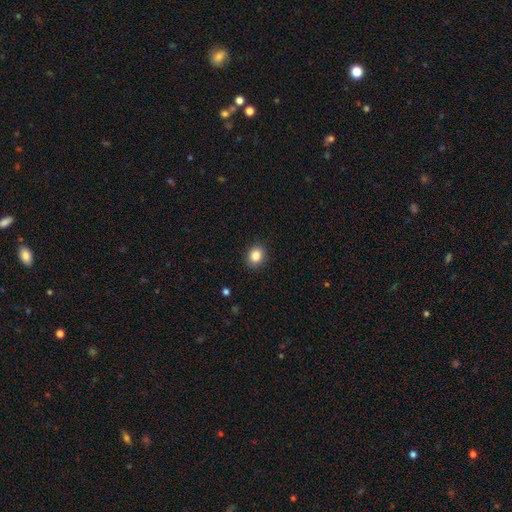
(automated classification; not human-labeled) The model was most divided on "how rounded": round: 68%, in between: 31%, cigar-shaped: 1%. More confident: merging — none (89%); smooth or featured — smooth (85%).